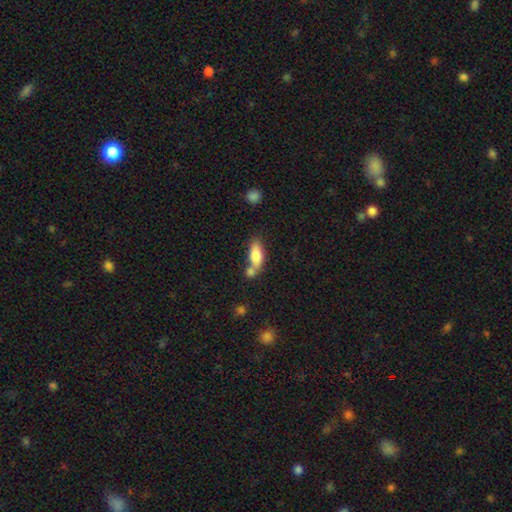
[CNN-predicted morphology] Overall: smooth (80%). How rounded: in between (80%). Merging: merger (42%; none 38%).